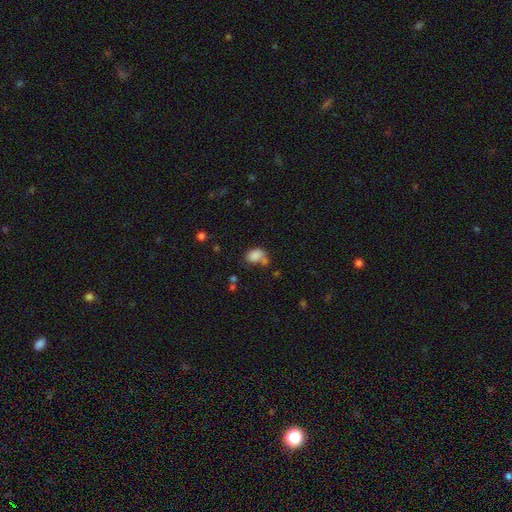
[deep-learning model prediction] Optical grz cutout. It shows a smooth galaxy with no disk features (81%) that is in between round and cigar-shaped (81%). Merging: none (43%).